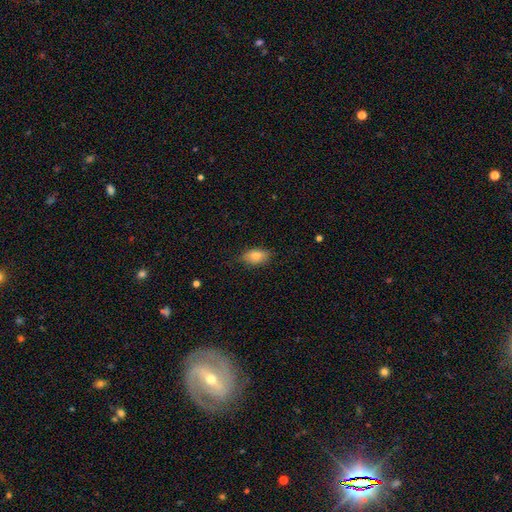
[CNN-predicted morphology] A smooth galaxy with no disk features (79%) that is in between round and cigar-shaped (89%). Merging: none (77%).